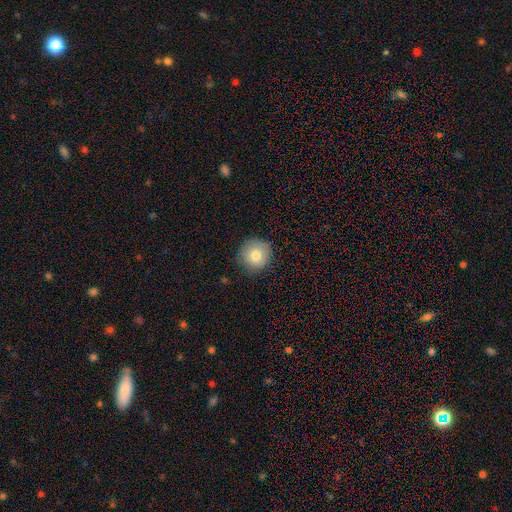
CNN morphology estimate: Overall: smooth (80%). How rounded: round (94%). Merging: none (84%).